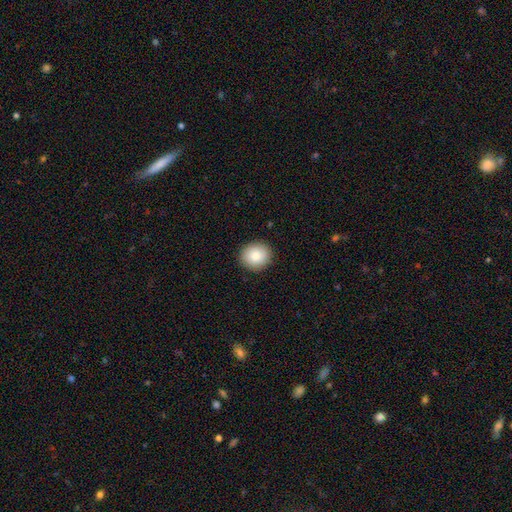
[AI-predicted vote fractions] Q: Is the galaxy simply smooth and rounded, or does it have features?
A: smooth — 84%.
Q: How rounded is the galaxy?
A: round — 85%.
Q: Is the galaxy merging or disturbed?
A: none — 91%.